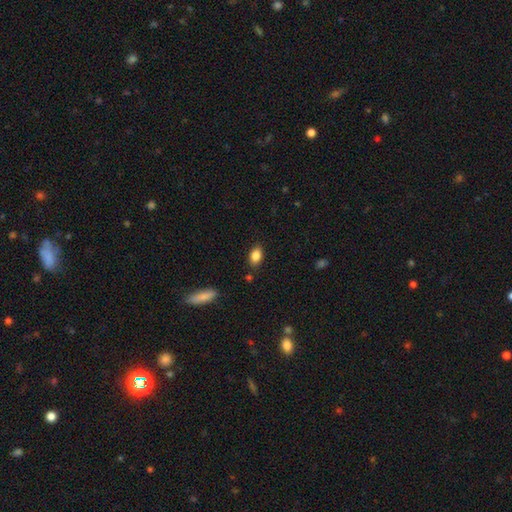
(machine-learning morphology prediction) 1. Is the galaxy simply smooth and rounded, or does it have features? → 86% smooth, 8% star or artifact, 6% featured or disk.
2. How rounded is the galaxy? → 86% in between, 11% round, 3% cigar-shaped.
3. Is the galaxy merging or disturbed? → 83% none, 12% minor disturbance, 3% merger, 3% major disturbance.